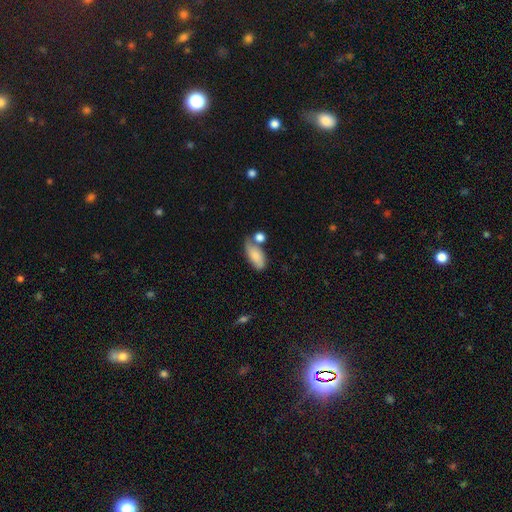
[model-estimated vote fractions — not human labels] smooth-or-featured: smooth: 75% | featured or disk: 18% | star or artifact: 8%
  how-rounded: in between: 88% | cigar-shaped: 9% | round: 4%
  merging: none: 42% | merger: 24% | minor disturbance: 24% | major disturbance: 10%